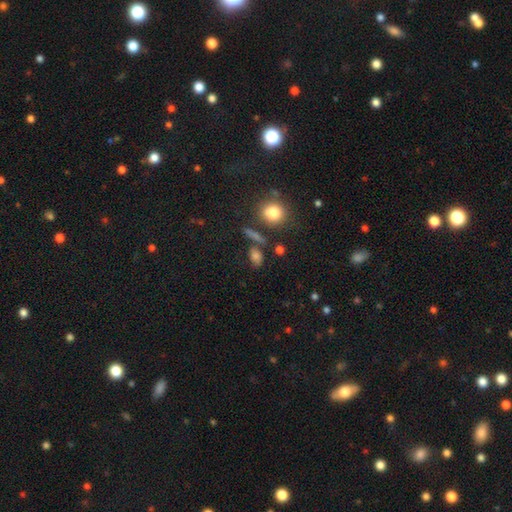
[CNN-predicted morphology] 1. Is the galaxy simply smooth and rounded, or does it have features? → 73% smooth, 16% star or artifact, 11% featured or disk.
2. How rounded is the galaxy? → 64% in between, 27% round, 10% cigar-shaped.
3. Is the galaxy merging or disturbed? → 64% none, 16% minor disturbance, 13% merger, 8% major disturbance.